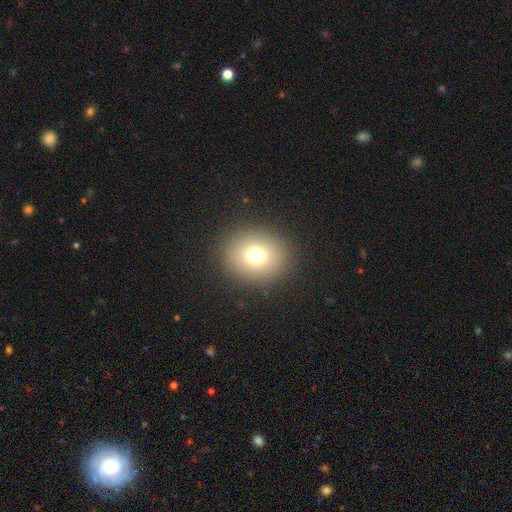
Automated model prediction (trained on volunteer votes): Smooth or featured: smooth — 76% (star or artifact — 13%)
How rounded: round — 72% (in between — 27%)
Merging: none — 90% (minor disturbance — 6%)